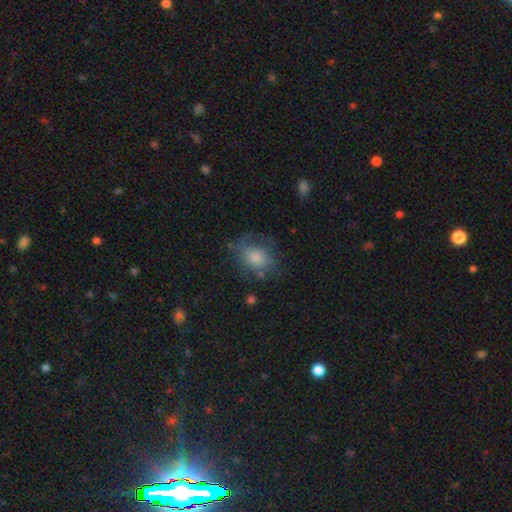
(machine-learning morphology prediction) smooth_or_featured: smooth (p=0.72) [alt: featured or disk p=0.17]
how_rounded: in between (p=0.56) [alt: round p=0.43]
merging: none (p=0.58) [alt: minor disturbance p=0.25]